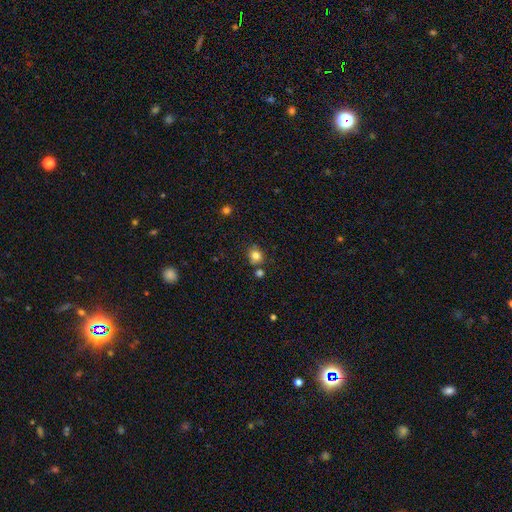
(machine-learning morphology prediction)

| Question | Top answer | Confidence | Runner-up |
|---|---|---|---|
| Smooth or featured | smooth | 80% | star or artifact (13%) |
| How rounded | round | 80% | in between (19%) |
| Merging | none | 70% | minor disturbance (13%) |